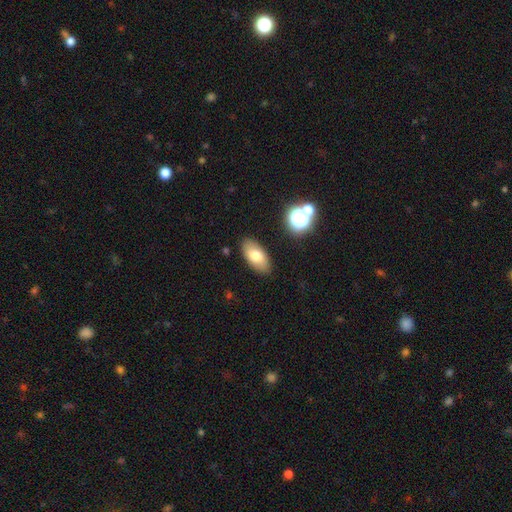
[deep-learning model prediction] smooth 74%, featured or disk 18%, star or artifact 8%. Down the decision tree: how rounded — in between (92%); merging — none (86%).